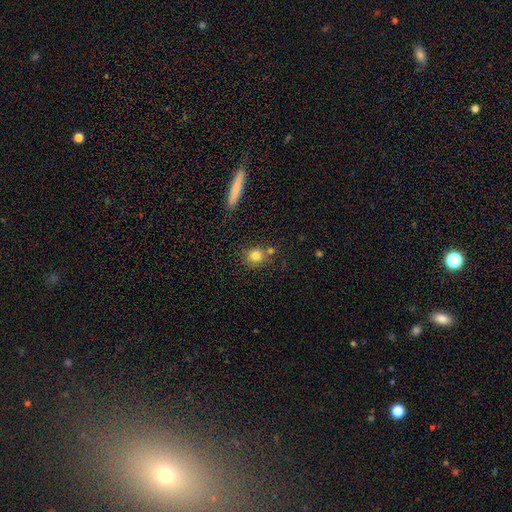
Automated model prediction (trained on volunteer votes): Smooth or featured: smooth — 81% (star or artifact — 10%)
How rounded: round — 80% (in between — 19%)
Merging: none — 69% (merger — 15%)